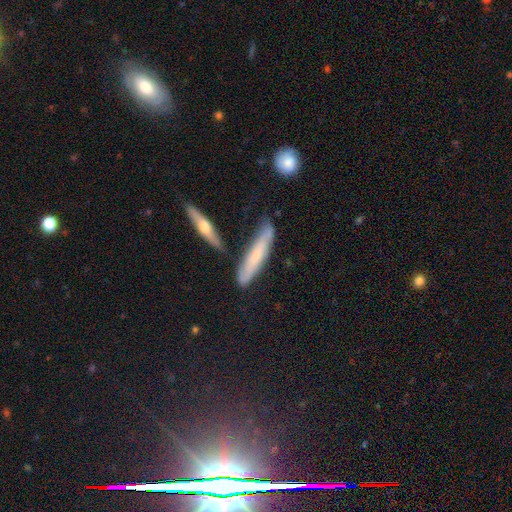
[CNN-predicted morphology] This is possibly a smooth galaxy (55%). How rounded: clearly cigar-shaped (87%). Merging: likely none (69%).